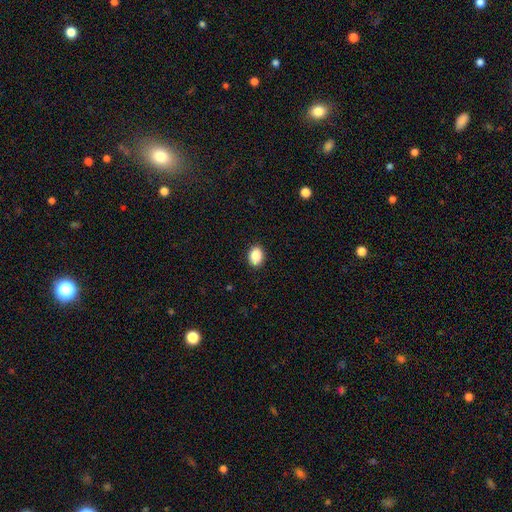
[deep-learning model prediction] A smooth galaxy with no disk features (88%) that is in between round and cigar-shaped (75%).

Vote fractions:
- Smooth or featured? smooth: 88% / star or artifact: 8% / featured or disk: 4%
- How rounded? in between: 75% / round: 24% / cigar-shaped: 1%
- Merging? none: 90% / minor disturbance: 7% / major disturbance: 2% / merger: 1%